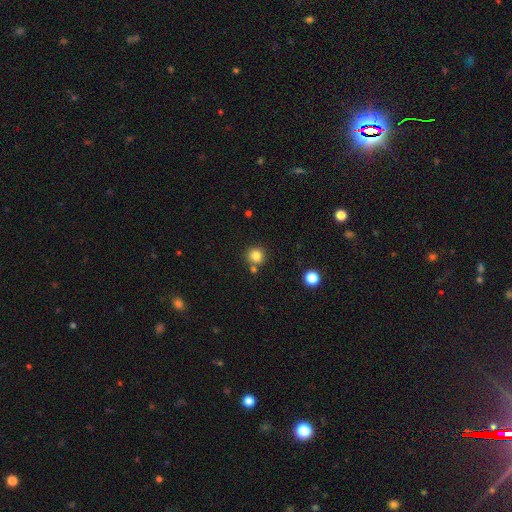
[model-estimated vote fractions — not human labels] smooth 82%, star or artifact 12%, featured or disk 6%. Down the decision tree: how rounded — round (92%); merging — none (76%).